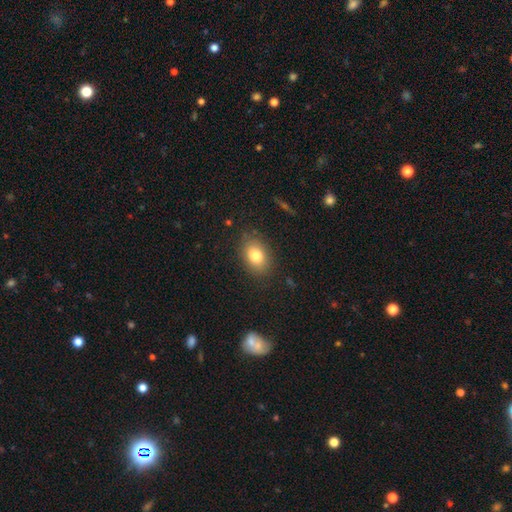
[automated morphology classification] Smooth or featured?
  - smooth: 82% *
  - featured or disk: 9%
  - star or artifact: 9%
How rounded?
  - in between: 78% *
  - round: 20%
  - cigar-shaped: 1%
Merging?
  - none: 83% *
  - minor disturbance: 12%
  - major disturbance: 4%
  - merger: 1%